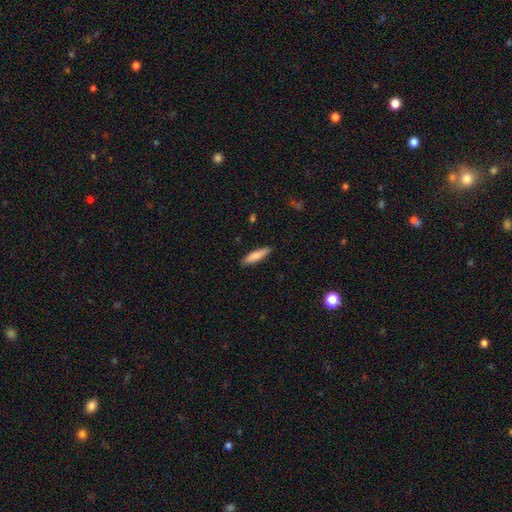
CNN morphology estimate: Smooth or featured: smooth — 81% (featured or disk — 13%)
How rounded: cigar-shaped — 74% (in between — 24%)
Merging: none — 88% (minor disturbance — 9%)